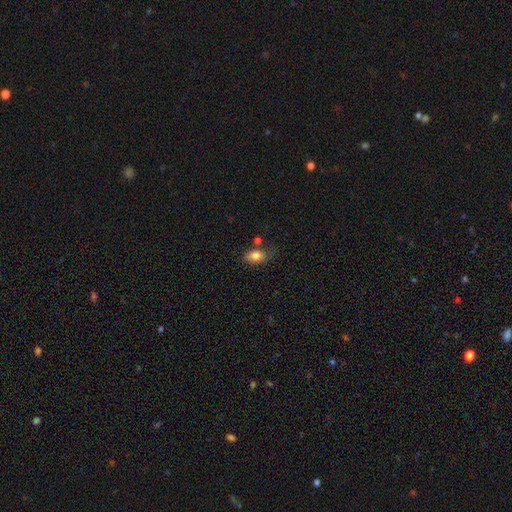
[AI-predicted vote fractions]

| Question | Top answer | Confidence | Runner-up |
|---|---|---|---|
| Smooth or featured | smooth | 80% | featured or disk (12%) |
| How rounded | in between | 86% | round (11%) |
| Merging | none | 58% | minor disturbance (24%) |